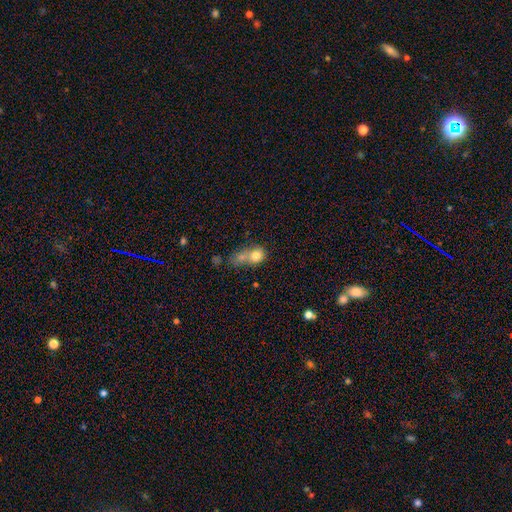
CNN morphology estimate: smooth-or-featured: smooth: 74% | featured or disk: 16% | star or artifact: 11%
  how-rounded: round: 64% | in between: 34% | cigar-shaped: 2%
  merging: merger: 56% | none: 22% | minor disturbance: 11% | major disturbance: 11%